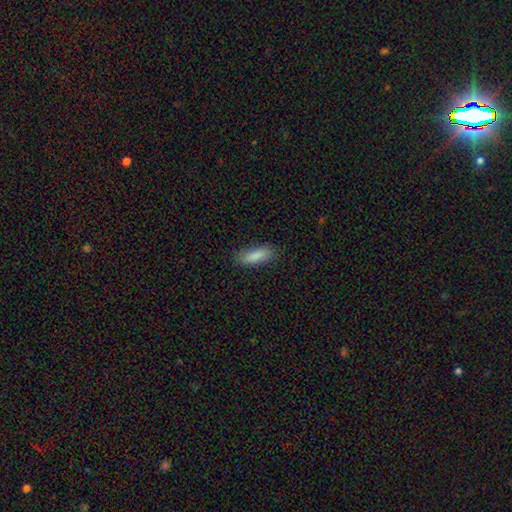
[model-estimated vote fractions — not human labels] The model was most divided on "how rounded": in between: 53%, cigar-shaped: 45%, round: 2%. More confident: smooth or featured — smooth (87%); merging — none (84%).